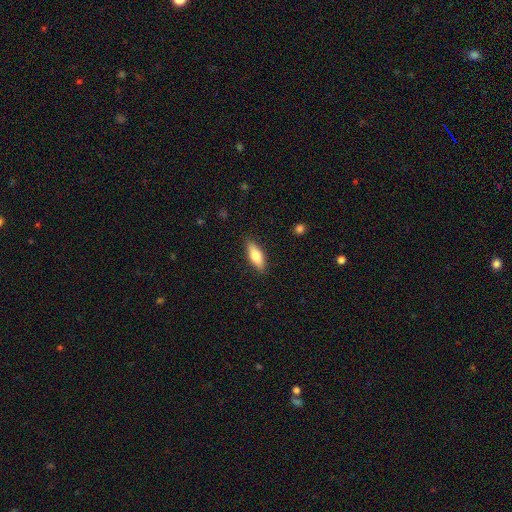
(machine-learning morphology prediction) Smooth or featured?
  - smooth: 74% *
  - featured or disk: 20%
  - star or artifact: 6%
How rounded?
  - in between: 64% *
  - cigar-shaped: 34%
  - round: 2%
Merging?
  - none: 87% *
  - minor disturbance: 9%
  - major disturbance: 2%
  - merger: 1%